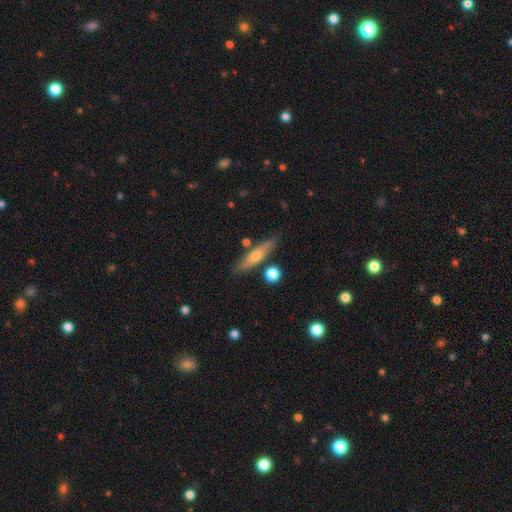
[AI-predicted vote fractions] A smooth galaxy with no disk features (53%) that is cigar-shaped (80%). Merging: none (81%).